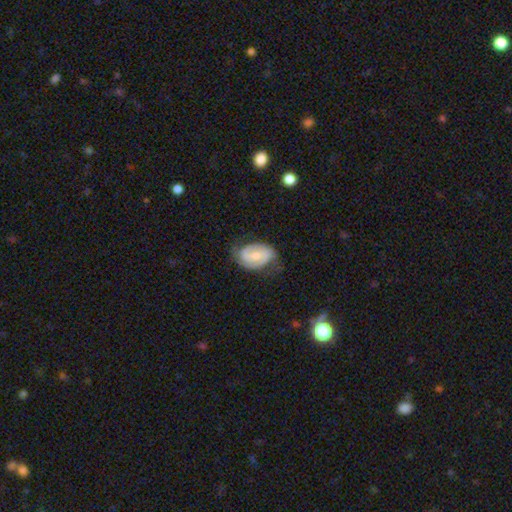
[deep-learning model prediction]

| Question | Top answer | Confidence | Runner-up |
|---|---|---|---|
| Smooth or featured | featured or disk | 63% | smooth (31%) |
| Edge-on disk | no | 96% | yes (4%) |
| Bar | no | 44% | weak (43%) |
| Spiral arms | yes | 84% | no (16%) |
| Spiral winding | medium | 42% | tight (36%) |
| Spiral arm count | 2 | 77% | can't tell (14%) |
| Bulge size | moderate | 56% | small (37%) |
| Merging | none | 59% | minor disturbance (29%) |